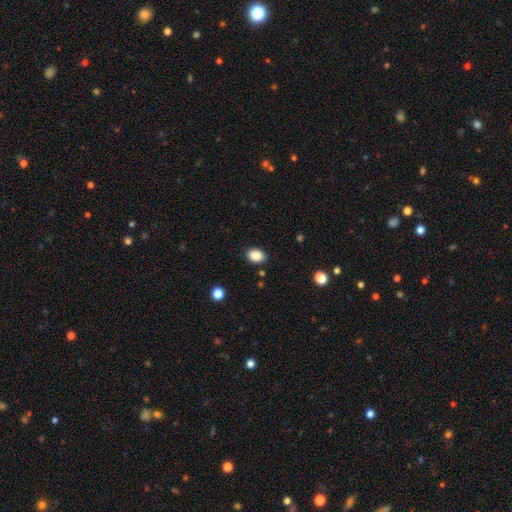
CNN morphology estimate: smooth-or-featured: smooth: 88% | star or artifact: 9% | featured or disk: 4%
  how-rounded: in between: 80% | round: 19% | cigar-shaped: 1%
  merging: none: 86% | minor disturbance: 10% | major disturbance: 2% | merger: 1%